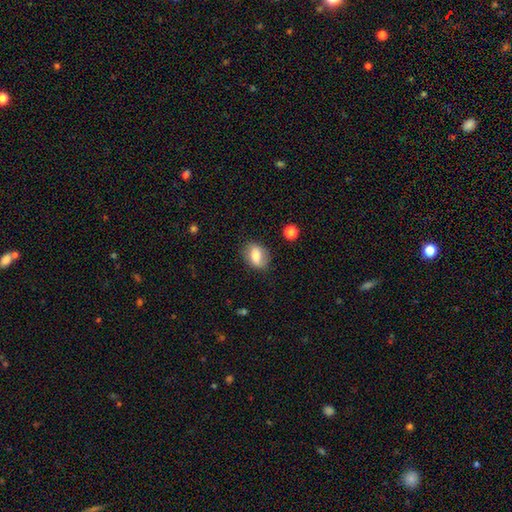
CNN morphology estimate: Overall: smooth (66%). How rounded: in between (68%; round 30%). Merging: none (78%).